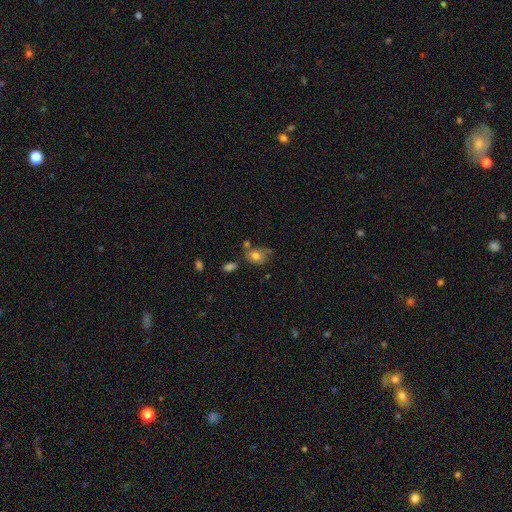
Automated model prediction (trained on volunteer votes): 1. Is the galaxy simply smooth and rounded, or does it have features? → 72% smooth, 19% featured or disk, 10% star or artifact.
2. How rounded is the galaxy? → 57% in between, 41% round, 1% cigar-shaped.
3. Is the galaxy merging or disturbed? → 46% none, 28% minor disturbance, 15% merger, 12% major disturbance.